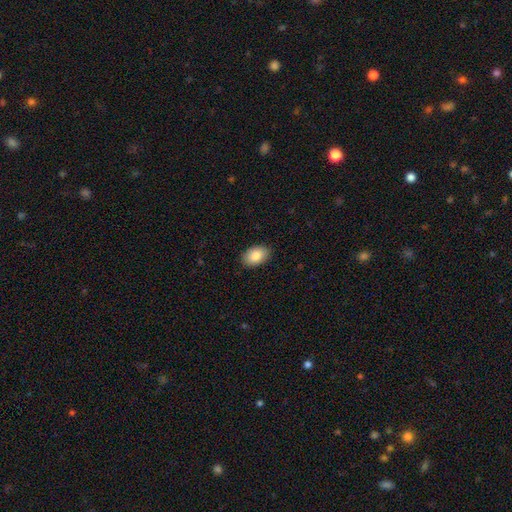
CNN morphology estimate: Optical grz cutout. It shows a smooth galaxy with no disk features (85%) that is in between round and cigar-shaped (89%). Merging: none (89%).